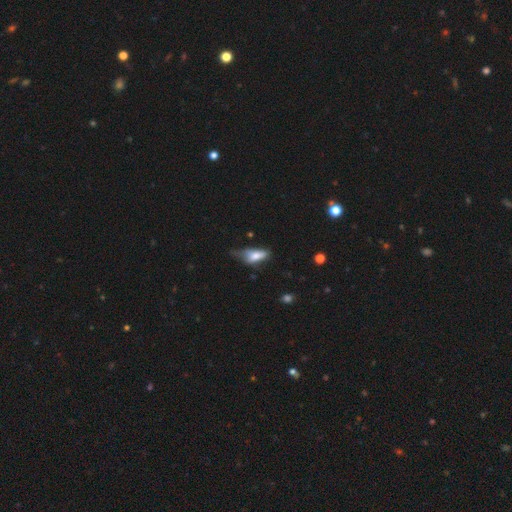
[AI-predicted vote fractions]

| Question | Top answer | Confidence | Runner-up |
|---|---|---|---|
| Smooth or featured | smooth | 69% | featured or disk (23%) |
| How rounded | in between | 77% | cigar-shaped (20%) |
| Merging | minor disturbance | 40% | major disturbance (30%) |